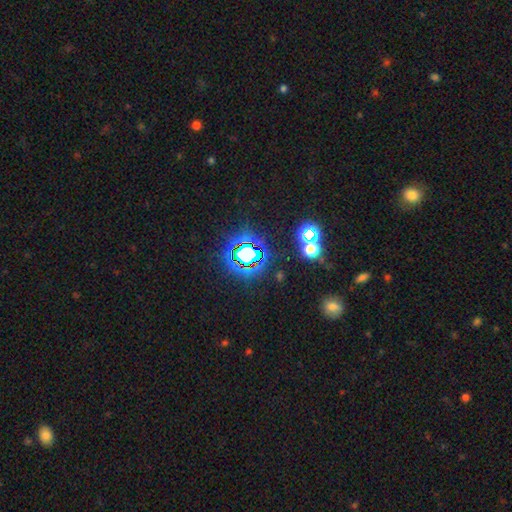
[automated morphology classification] Overall: star or artifact (78%).